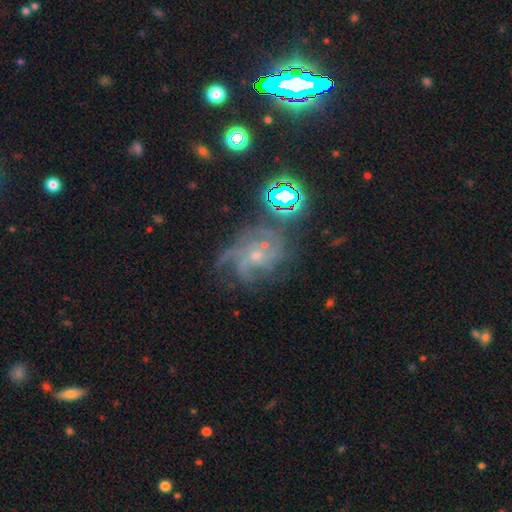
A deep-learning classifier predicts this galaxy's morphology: This is likely a featured or disk galaxy (65%). It is clearly not viewed edge-on (96%). Bar: likely no (66%). Spiral arm pattern: clearly yes (95%). Spiral arm count: marginally can't tell (31%). Spiral winding: possibly tight (56%). Central bulge: likely small (72%). Merging: likely none (71%).